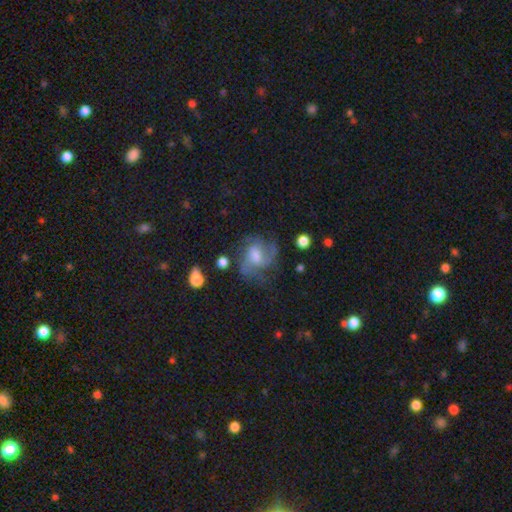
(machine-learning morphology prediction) A featured or disk galaxy (69%) with no bar (46%), 2 (30%) medium (50%) spiral arms (88%) and a moderate central bulge (47%).

Vote fractions:
- Smooth or featured? featured or disk: 69% / smooth: 21% / star or artifact: 10%
- Edge-on disk? no: 97% / yes: 3%
- Bar? no: 46% / weak: 45% / strong: 9%
- Spiral arms? yes: 88% / no: 12%
- Spiral winding? medium: 50% / tight: 25% / loose: 25%
- Spiral arm count? 2: 30% / 3: 28% / can't tell: 25% / 1: 7% / 4: 7% / more than 4: 4%
- Bulge size? moderate: 47% / small: 27% / large: 13% / none: 11% / dominant: 2%
- Merging? none: 52% / major disturbance: 24% / minor disturbance: 22% / merger: 3%